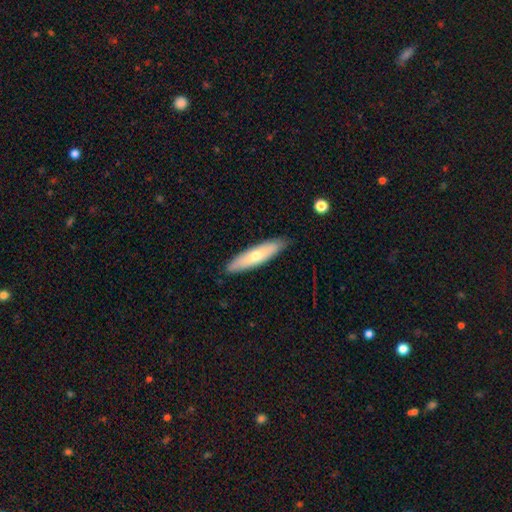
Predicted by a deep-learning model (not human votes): This is possibly a smooth galaxy (59%). How rounded: likely cigar-shaped (74%). Merging: clearly none (85%).